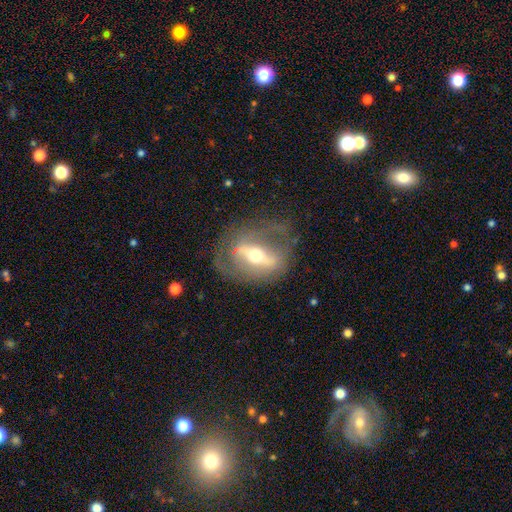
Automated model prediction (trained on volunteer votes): Smooth or featured? featured or disk (78%)
Edge-on disk? no (75%)
Bar? strong (71%)
Spiral arms? no (55%)
Bulge size? moderate (66%)
Merging? none (68%)